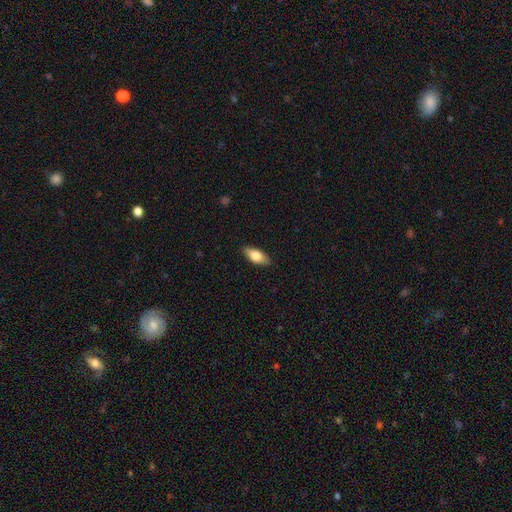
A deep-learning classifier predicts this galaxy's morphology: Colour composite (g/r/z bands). It shows a smooth galaxy with no disk features (75%) that is in between round and cigar-shaped (83%). Merging: none (87%).